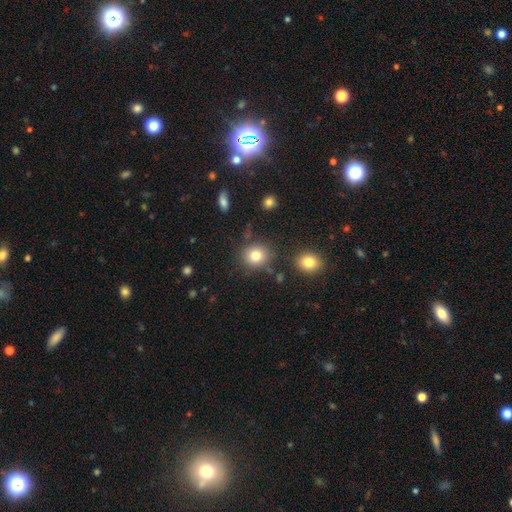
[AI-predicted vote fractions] Overall: smooth (80%). How rounded: round (82%). Merging: none (81%).